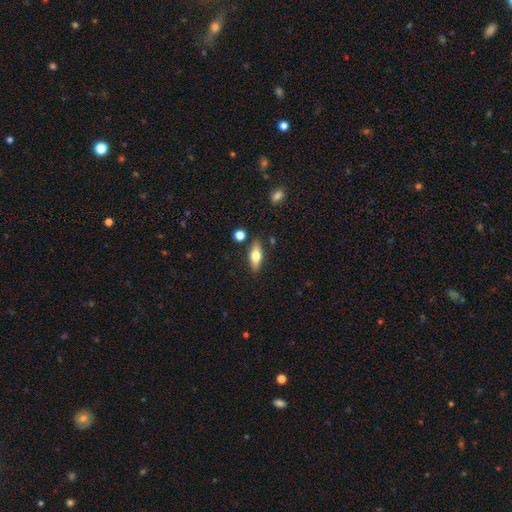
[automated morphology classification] smooth 57%, featured or disk 36%, star or artifact 7%. Down the decision tree: how rounded — in between (61%); merging — none (83%).